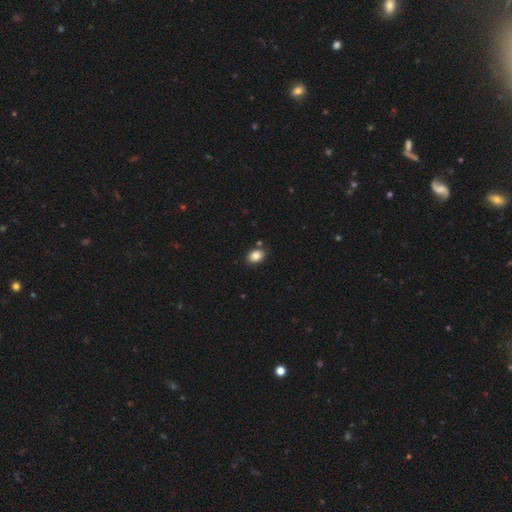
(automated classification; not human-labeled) smooth_or_featured: smooth (p=0.85) [alt: star or artifact p=0.09]
how_rounded: in between (p=0.77) [alt: round p=0.22]
merging: none (p=0.82) [alt: minor disturbance p=0.10]